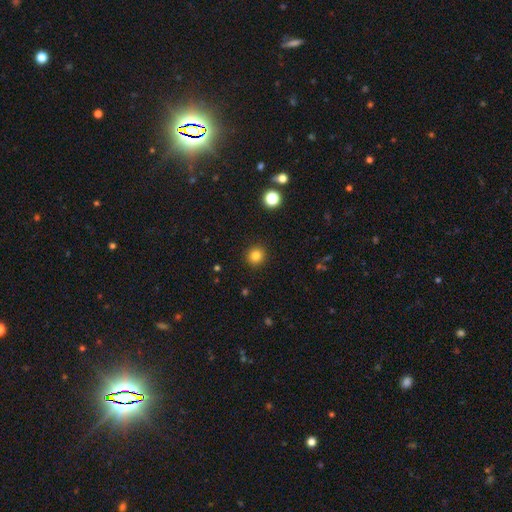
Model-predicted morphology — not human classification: Overall: smooth (83%). How rounded: round (92%). Merging: none (92%).